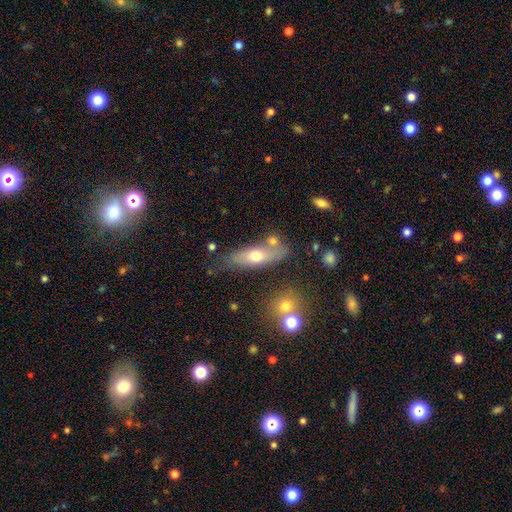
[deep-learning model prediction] Smooth or featured? Predicted: smooth (p=0.57). How rounded? Predicted: in between (p=0.57). Merging? Predicted: none (p=0.58).